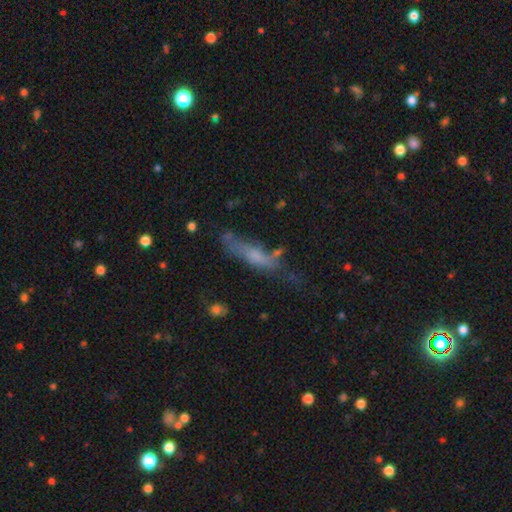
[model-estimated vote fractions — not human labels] Smooth or featured? smooth (53%)
How rounded? cigar-shaped (75%)
Merging? none (47%)